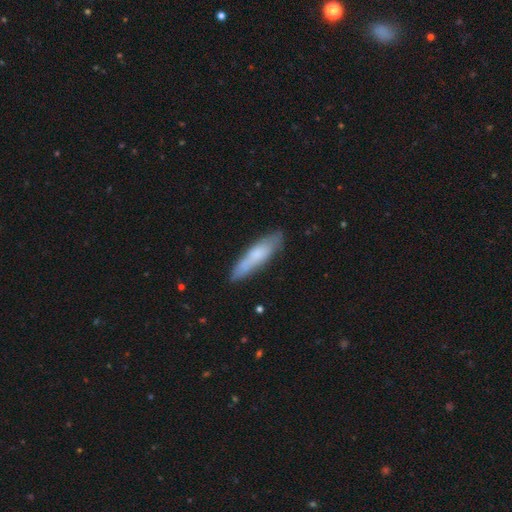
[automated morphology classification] This is likely a smooth galaxy (67%). How rounded: likely cigar-shaped (77%). Merging: likely none (78%).